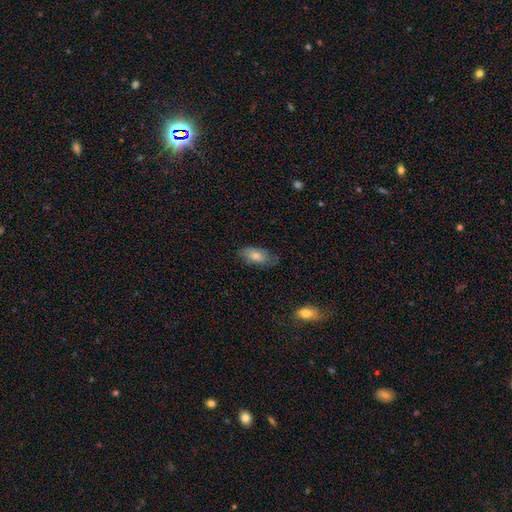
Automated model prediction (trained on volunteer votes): smooth_or_featured: smooth (p=0.57) [alt: featured or disk p=0.34]
how_rounded: in between (p=0.89) [alt: cigar-shaped p=0.07]
merging: none (p=0.73) [alt: minor disturbance p=0.20]